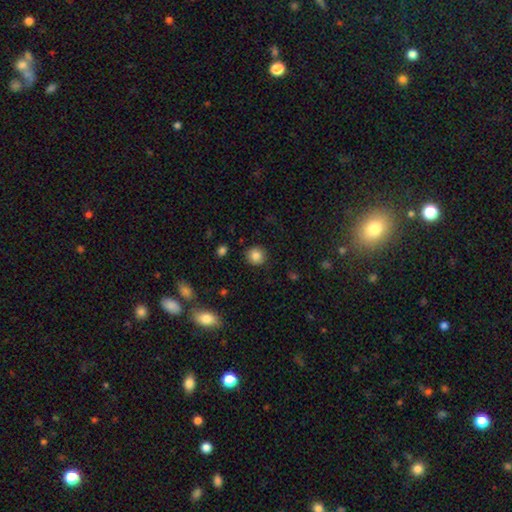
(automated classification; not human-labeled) A smooth galaxy with no disk features (84%) that is round (89%).

Vote fractions:
- Smooth or featured? smooth: 84% / star or artifact: 10% / featured or disk: 6%
- How rounded? round: 89% / in between: 10% / cigar-shaped: 1%
- Merging? none: 89% / minor disturbance: 7% / major disturbance: 2% / merger: 1%